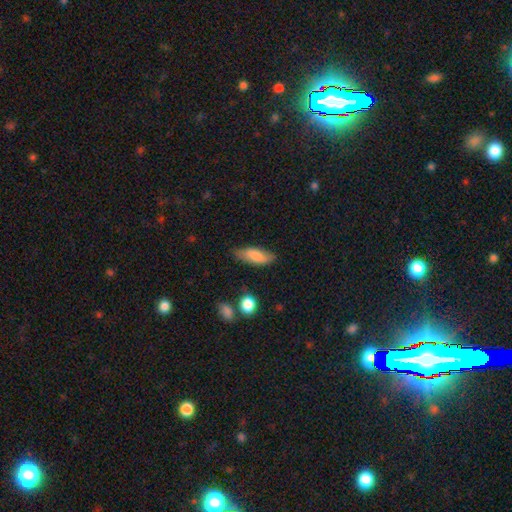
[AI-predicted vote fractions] This is clearly a smooth galaxy (81%). How rounded: likely in between (71%). Merging: likely none (71%).